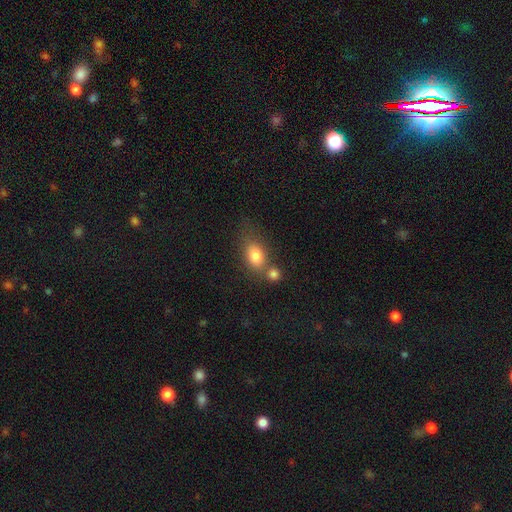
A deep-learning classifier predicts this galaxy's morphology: Q: Smooth or featured?
A: smooth (79%); runner-up: featured or disk (11%)
Q: How rounded?
A: in between (67%); runner-up: round (31%)
Q: Merging?
A: none (43%); runner-up: merger (38%)